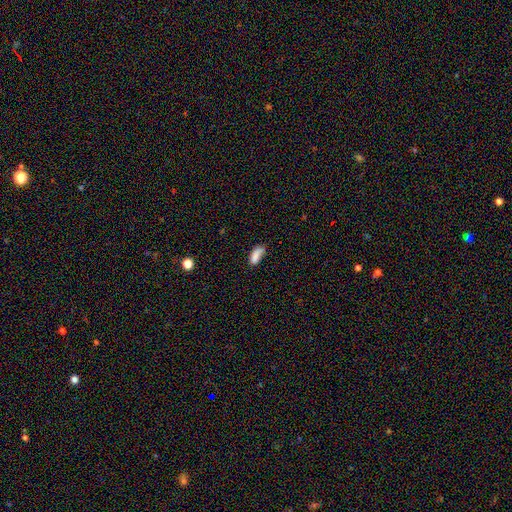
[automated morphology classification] Smooth or featured? smooth (84%)
How rounded? in between (81%)
Merging? none (55%)